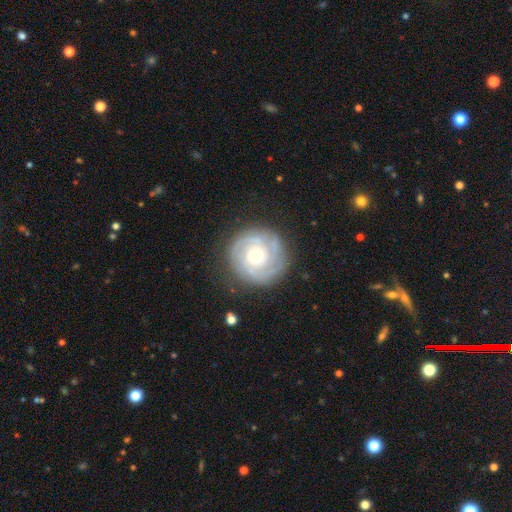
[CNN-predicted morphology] Overall: featured or disk (83%). Edge-on disk: no (98%). Bar: no (78%). Spiral arms: yes (96%). Spiral arm count: 2 (37%; 3 24%). Spiral winding: tight (75%). Bulge size: small (62%; moderate 31%). Merging: none (82%).